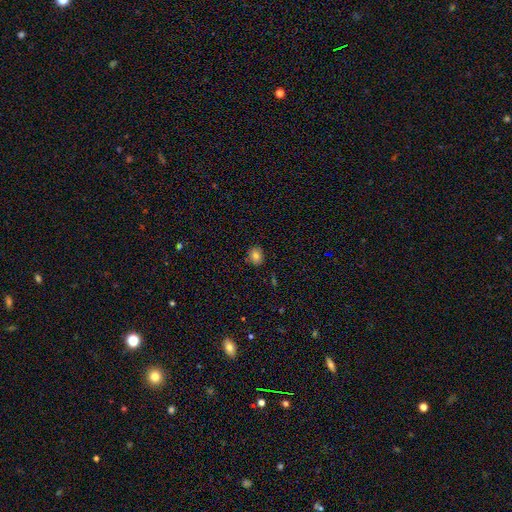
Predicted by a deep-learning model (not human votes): Morphology: type=smooth (80%); roundness=round (67%); merging=none (87%).